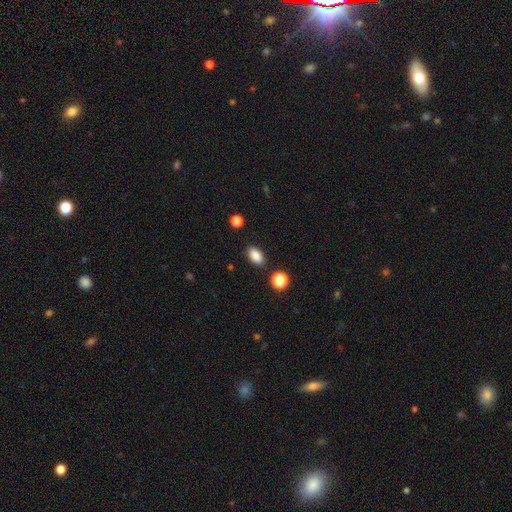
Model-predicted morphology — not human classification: The model was most divided on "merging": none: 86%, minor disturbance: 9%, merger: 2%, major disturbance: 2%. More confident: how rounded — in between (90%); smooth or featured — smooth (87%).